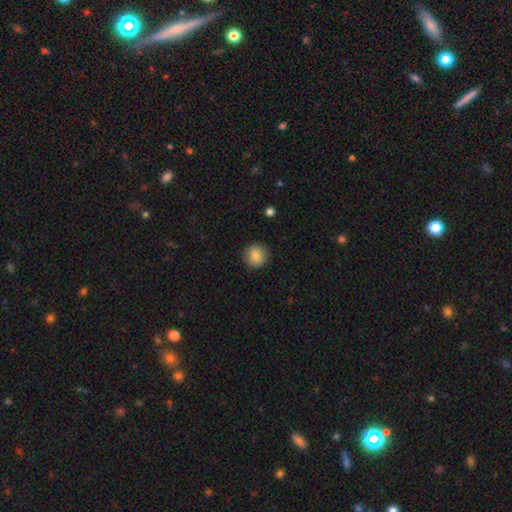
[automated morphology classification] Smooth or featured: smooth — 85% (star or artifact — 8%)
How rounded: round — 93% (in between — 7%)
Merging: none — 89% (minor disturbance — 7%)